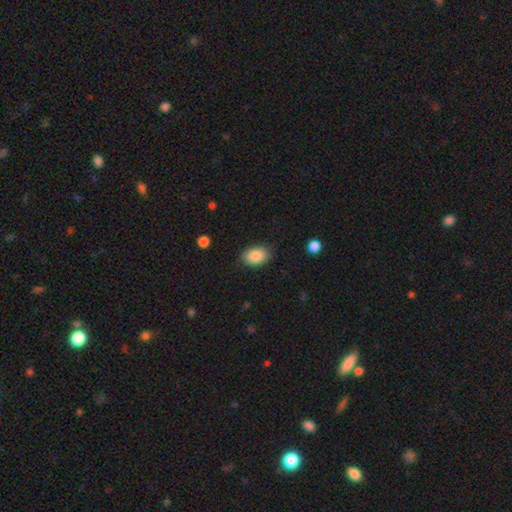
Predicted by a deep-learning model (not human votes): smooth 87%, star or artifact 7%, featured or disk 6%. Down the decision tree: how rounded — in between (85%); merging — none (85%).